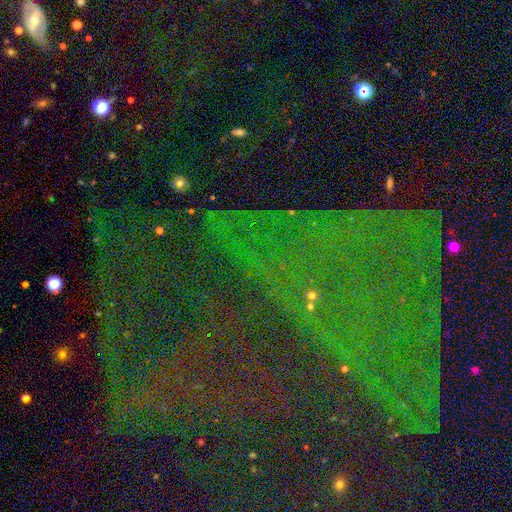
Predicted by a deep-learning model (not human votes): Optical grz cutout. It shows a star or artifact, not a galaxy (84%).